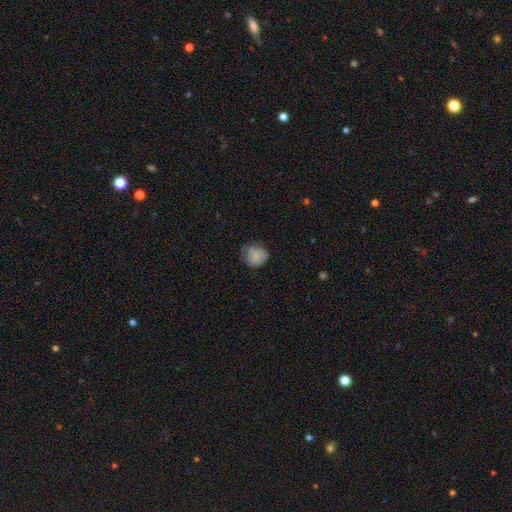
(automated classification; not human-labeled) Overall: smooth (83%). How rounded: round (81%). Merging: none (62%; minor disturbance 30%).